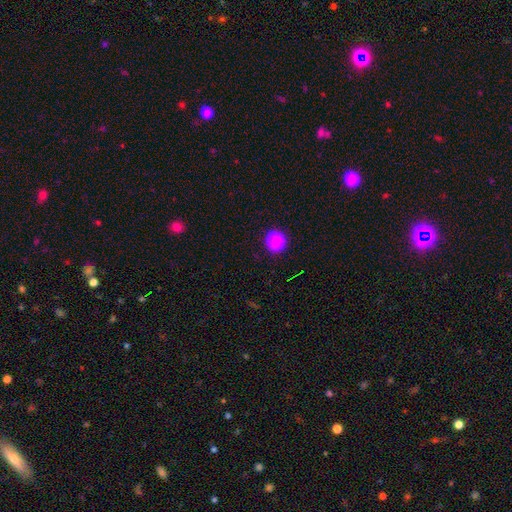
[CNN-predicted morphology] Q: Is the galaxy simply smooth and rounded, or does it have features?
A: star or artifact — 48%.